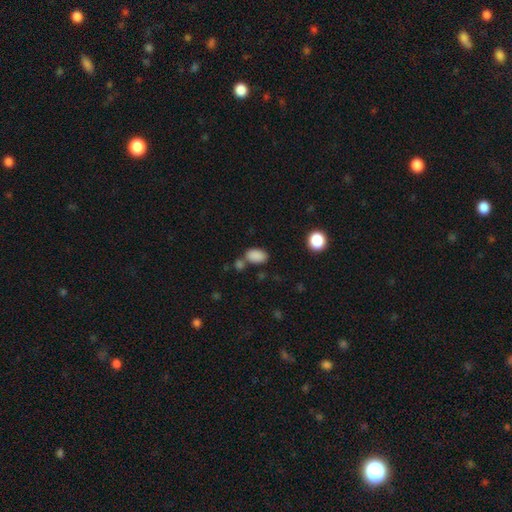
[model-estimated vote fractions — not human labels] smooth-or-featured: smooth: 86% | star or artifact: 9% | featured or disk: 4%
  how-rounded: in between: 90% | round: 9% | cigar-shaped: 1%
  merging: none: 64% | merger: 19% | minor disturbance: 13% | major disturbance: 4%